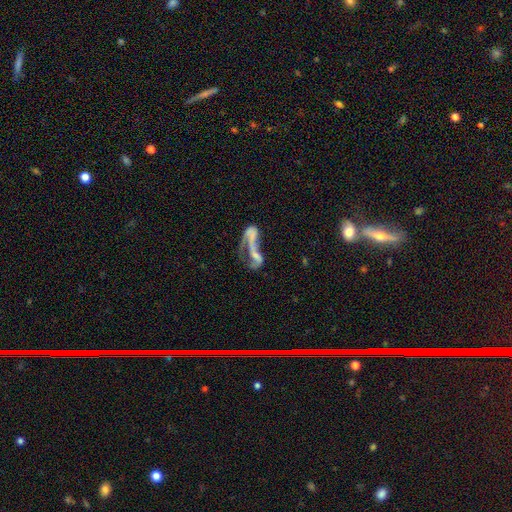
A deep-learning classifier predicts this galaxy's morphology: Q: Smooth or featured?
A: featured or disk (64%); runner-up: smooth (24%)
Q: Edge-on disk?
A: no (92%); runner-up: yes (8%)
Q: Bar?
A: no (67%); runner-up: weak (21%)
Q: Spiral arms?
A: yes (52%); runner-up: no (48%)
Q: Bulge size?
A: none (50%); runner-up: small (29%)
Q: Merging?
A: merger (47%); runner-up: major disturbance (32%)